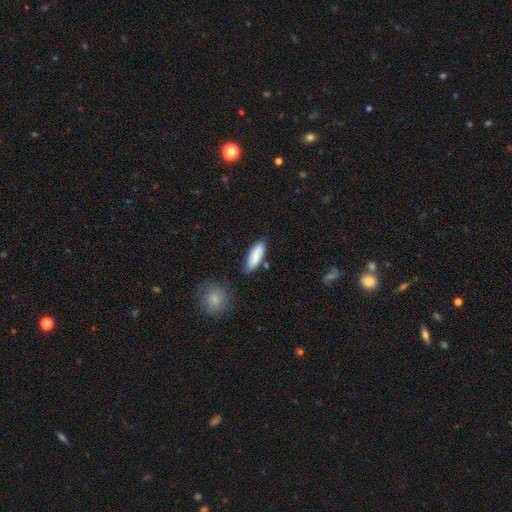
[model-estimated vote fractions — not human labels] Q: Smooth or featured?
A: smooth (87%); runner-up: featured or disk (8%)
Q: How rounded?
A: in between (69%); runner-up: cigar-shaped (29%)
Q: Merging?
A: none (78%); runner-up: minor disturbance (14%)